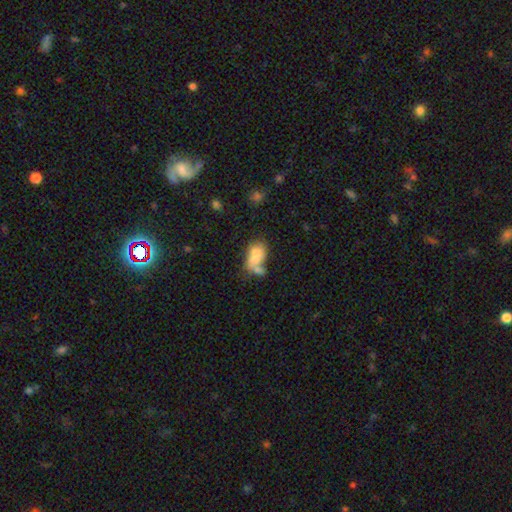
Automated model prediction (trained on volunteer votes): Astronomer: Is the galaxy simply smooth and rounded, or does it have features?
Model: smooth — 66%.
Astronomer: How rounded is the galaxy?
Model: in between — 82%.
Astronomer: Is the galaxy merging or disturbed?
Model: merger — 56%.